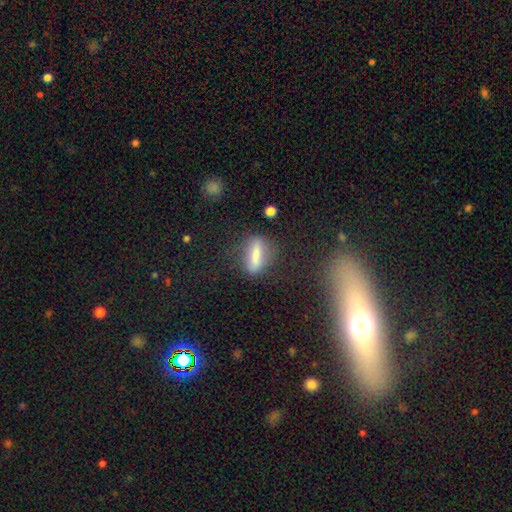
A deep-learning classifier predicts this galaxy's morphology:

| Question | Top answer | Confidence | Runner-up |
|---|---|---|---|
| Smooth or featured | smooth | 61% | featured or disk (28%) |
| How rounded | cigar-shaped | 50% | in between (44%) |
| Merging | none | 70% | minor disturbance (17%) |